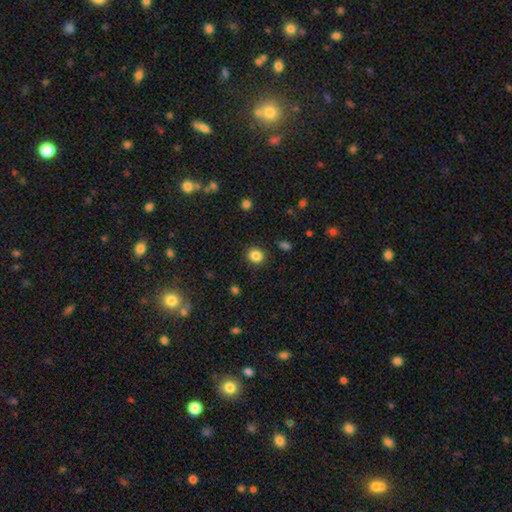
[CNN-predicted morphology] A smooth galaxy with no disk features (85%) that is round (82%). Merging: none (89%).